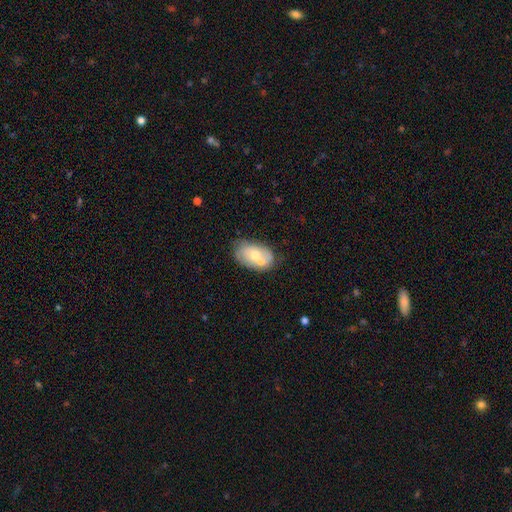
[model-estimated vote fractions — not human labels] smooth-or-featured: smooth: 53% | featured or disk: 41% | star or artifact: 7%
  how-rounded: in between: 87% | round: 11% | cigar-shaped: 1%
  merging: none: 43% | merger: 34% | minor disturbance: 18% | major disturbance: 5%